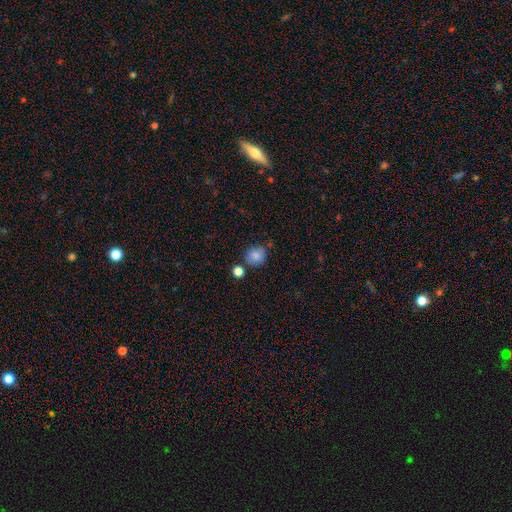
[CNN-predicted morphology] This is clearly a smooth galaxy (84%). How rounded: clearly round (86%). Merging: likely none (74%).